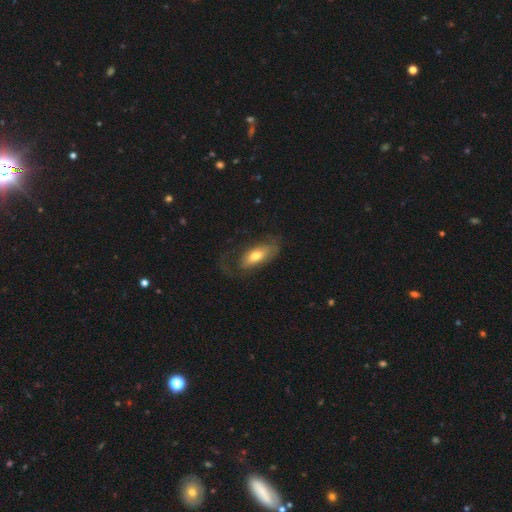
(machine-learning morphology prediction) This appears to be a smooth galaxy with no disk features (55%) that is in between round and cigar-shaped (80%). Merging: none (48%).